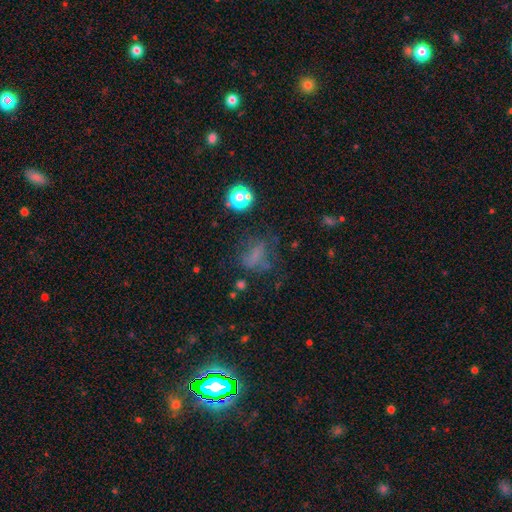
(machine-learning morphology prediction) type=smooth (49%); merging=none (46%).